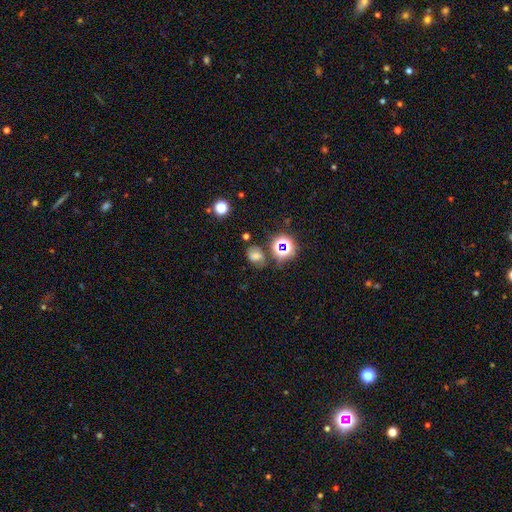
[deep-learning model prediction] A smooth galaxy with no disk features (53%) that is in between round and cigar-shaped (55%). Merging: none (63%).